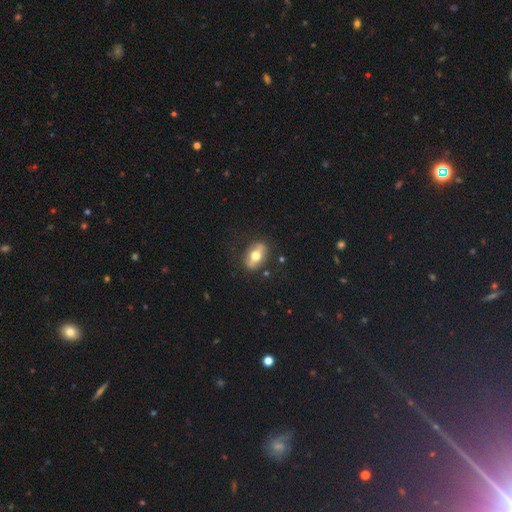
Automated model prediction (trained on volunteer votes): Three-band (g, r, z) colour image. It shows a featured or disk galaxy (49%). Merging: none (81%).